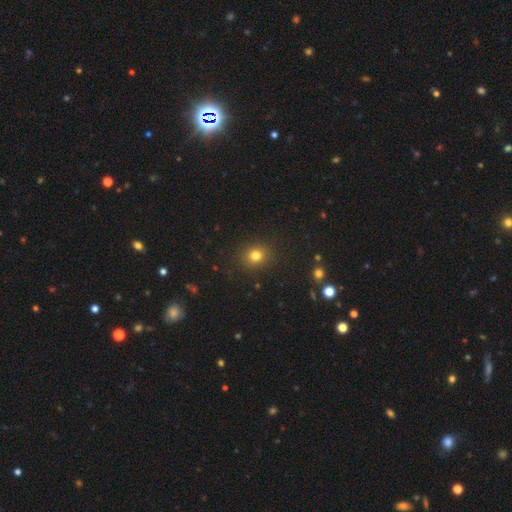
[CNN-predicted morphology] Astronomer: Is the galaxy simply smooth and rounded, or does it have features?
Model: smooth — 79%.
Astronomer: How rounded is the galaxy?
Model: round — 80%.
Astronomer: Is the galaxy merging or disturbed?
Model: none — 89%.